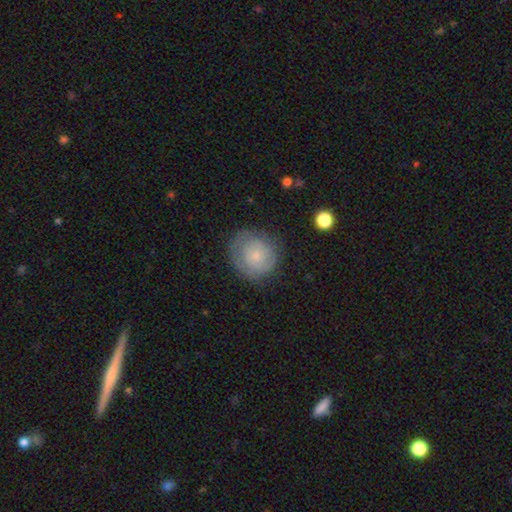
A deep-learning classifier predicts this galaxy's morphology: The model was most divided on "smooth or featured": smooth: 56%, featured or disk: 36%, star or artifact: 8%. More confident: how rounded — round (87%); merging — none (71%).